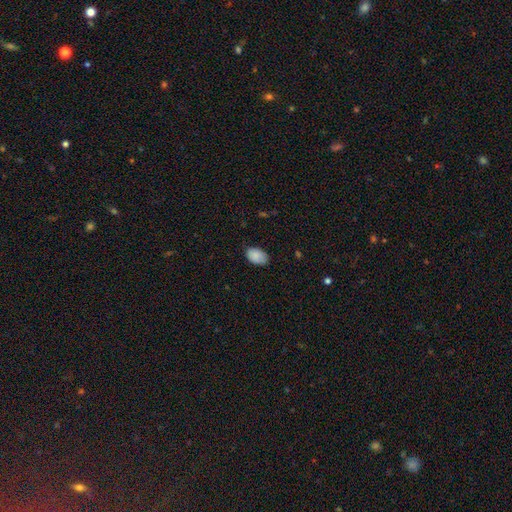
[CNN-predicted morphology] Overall: smooth (88%). How rounded: in between (90%). Merging: none (79%).